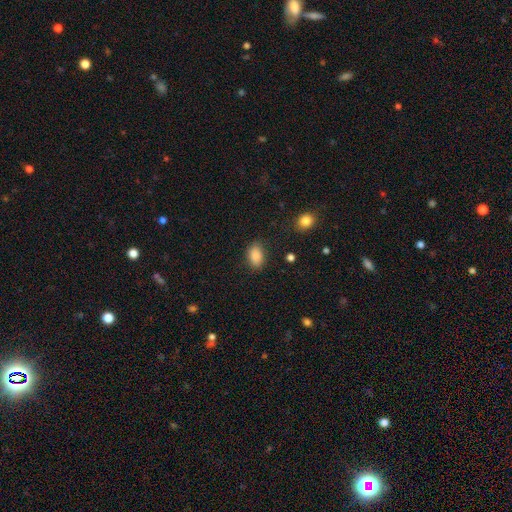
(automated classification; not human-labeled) A smooth galaxy with no disk features (88%) that is in between round and cigar-shaped (88%).

Vote fractions:
- Smooth or featured? smooth: 88% / star or artifact: 8% / featured or disk: 4%
- How rounded? in between: 88% / round: 11% / cigar-shaped: 2%
- Merging? none: 82% / minor disturbance: 13% / major disturbance: 4% / merger: 2%